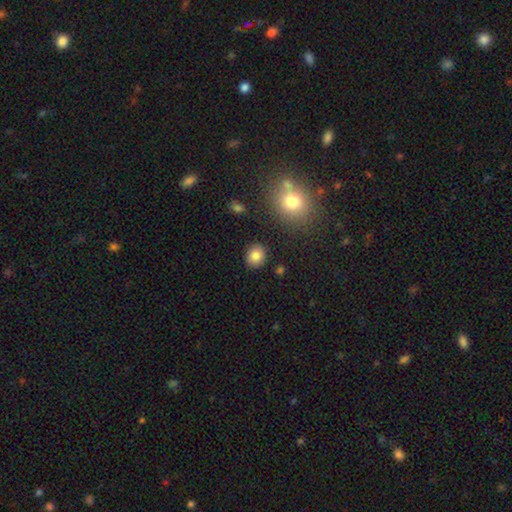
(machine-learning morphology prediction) This appears to be a smooth galaxy with no disk features (84%) that is round (72%). Merging: none (88%).